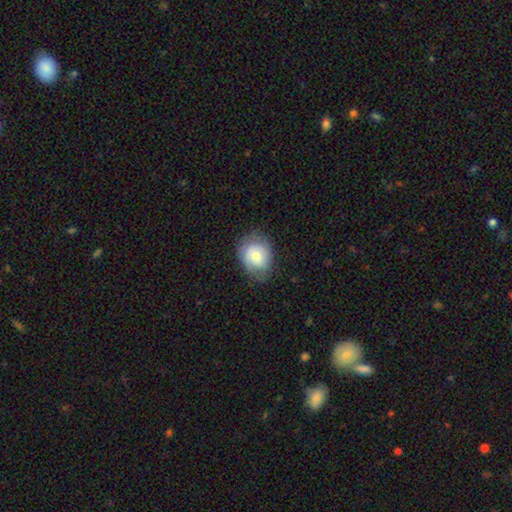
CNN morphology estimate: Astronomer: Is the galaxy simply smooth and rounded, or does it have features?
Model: smooth — 63%.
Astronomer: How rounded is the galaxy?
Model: round — 53% (runner-up: in between, 46%).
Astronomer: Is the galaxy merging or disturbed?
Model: none — 69%.